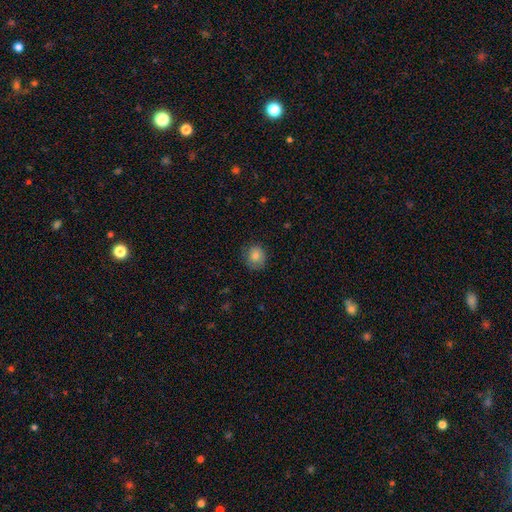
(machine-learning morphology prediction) A smooth galaxy with no disk features (81%) that is round (82%). Merging: none (82%).